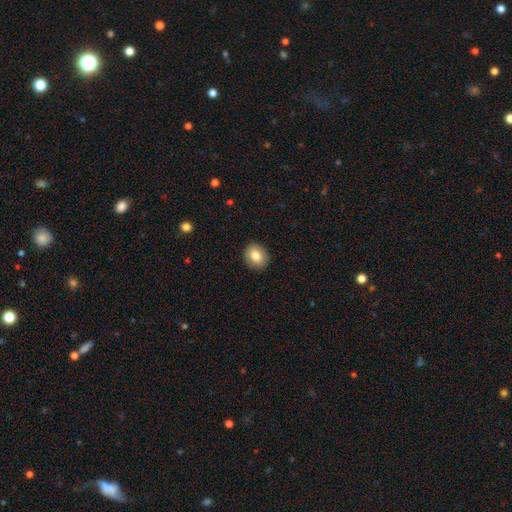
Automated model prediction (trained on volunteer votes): This appears to be a smooth galaxy with no disk features (82%) that is round (59%). Merging: none (90%).